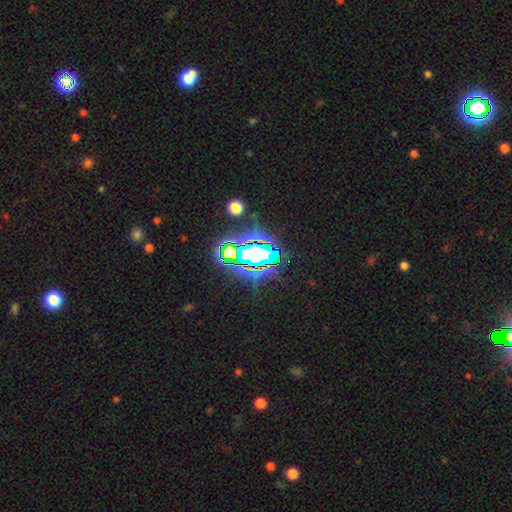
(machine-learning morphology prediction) This appears to be a star or artifact, not a galaxy (79%).